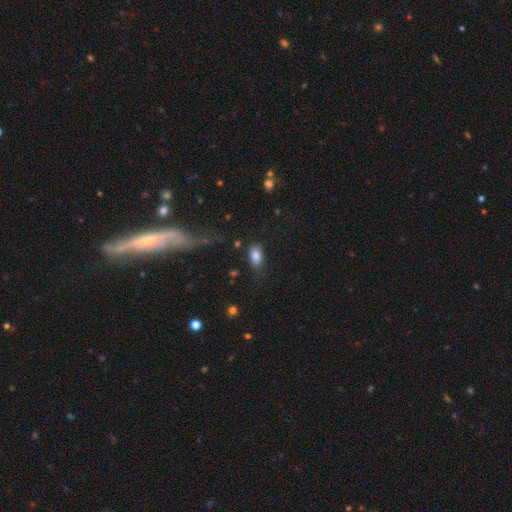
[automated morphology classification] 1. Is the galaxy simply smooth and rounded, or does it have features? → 84% smooth, 9% star or artifact, 8% featured or disk.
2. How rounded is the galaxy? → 88% in between, 9% round, 2% cigar-shaped.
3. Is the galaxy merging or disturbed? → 73% none, 17% minor disturbance, 7% major disturbance, 4% merger.